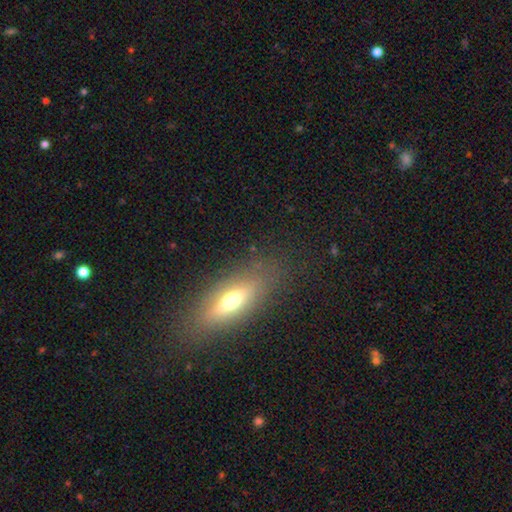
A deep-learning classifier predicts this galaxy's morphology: Smooth or featured?
  - smooth: 53% *
  - featured or disk: 36%
  - star or artifact: 11%
How rounded?
  - in between: 52% *
  - cigar-shaped: 42%
  - round: 5%
Merging?
  - none: 86% *
  - minor disturbance: 9%
  - major disturbance: 4%
  - merger: 1%